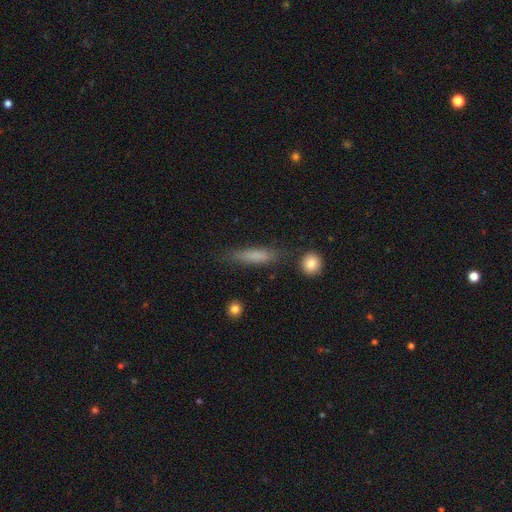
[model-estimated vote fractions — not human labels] Smooth or featured? smooth (74%)
How rounded? cigar-shaped (80%)
Merging? none (75%)